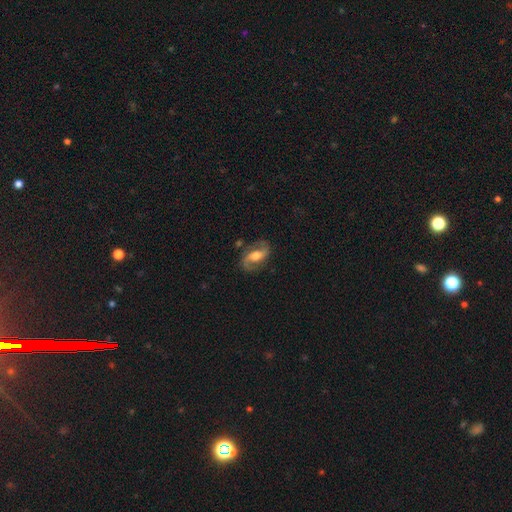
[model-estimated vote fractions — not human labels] Q: Smooth or featured?
A: featured or disk (85%); runner-up: smooth (10%)
Q: Edge-on disk?
A: no (96%); runner-up: yes (4%)
Q: Bar?
A: weak (41%); runner-up: no (30%)
Q: Spiral arms?
A: yes (96%); runner-up: no (4%)
Q: Spiral winding?
A: medium (48%); runner-up: loose (38%)
Q: Spiral arm count?
A: 2 (93%); runner-up: can't tell (2%)
Q: Bulge size?
A: moderate (63%); runner-up: large (19%)
Q: Merging?
A: none (79%); runner-up: minor disturbance (13%)